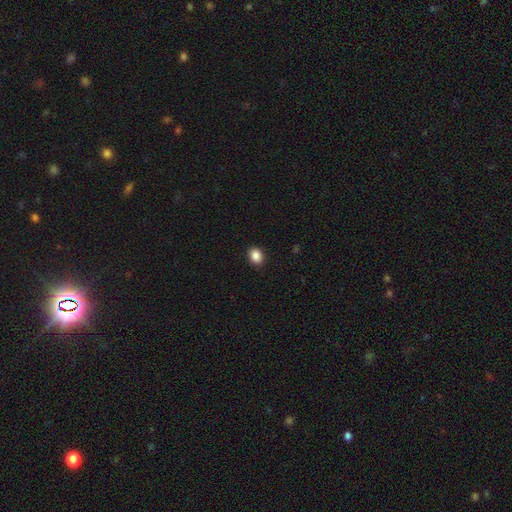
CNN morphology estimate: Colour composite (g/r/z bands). It shows a smooth galaxy with no disk features (88%) that is in between round and cigar-shaped (56%). Merging: none (90%).